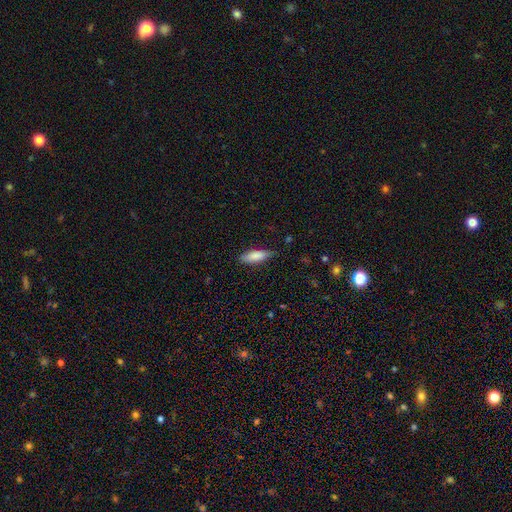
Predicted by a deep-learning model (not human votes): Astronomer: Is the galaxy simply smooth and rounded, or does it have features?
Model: smooth — 83%.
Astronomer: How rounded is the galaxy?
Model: in between — 53% (runner-up: cigar-shaped, 45%).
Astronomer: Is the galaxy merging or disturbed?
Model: none — 78%.